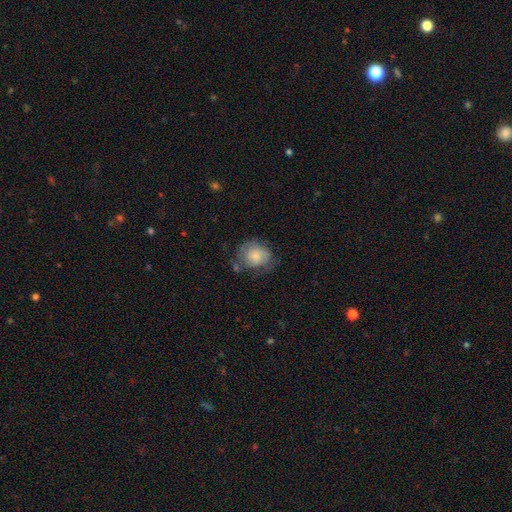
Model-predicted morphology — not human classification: smooth_or_featured: smooth (p=0.73) [alt: featured or disk p=0.20]
how_rounded: round (p=0.71) [alt: in between p=0.28]
merging: none (p=0.51) [alt: minor disturbance p=0.30]